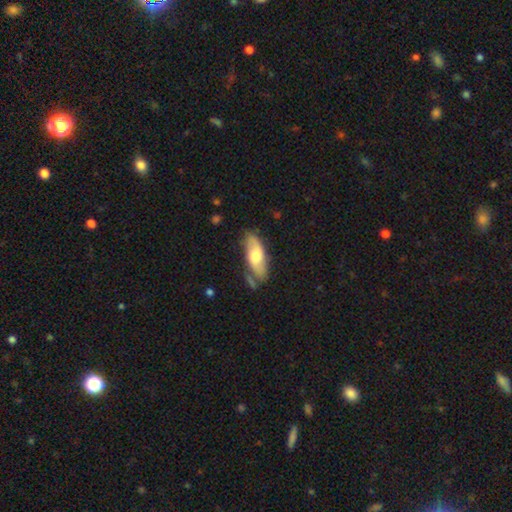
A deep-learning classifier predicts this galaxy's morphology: Q: Smooth or featured?
A: smooth (57%); runner-up: featured or disk (37%)
Q: How rounded?
A: in between (74%); runner-up: cigar-shaped (23%)
Q: Merging?
A: none (68%); runner-up: minor disturbance (21%)